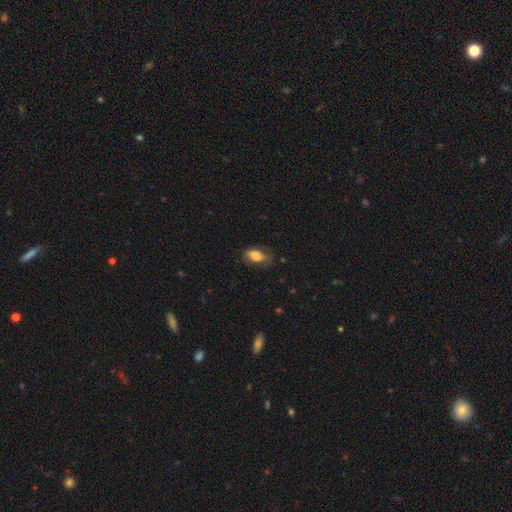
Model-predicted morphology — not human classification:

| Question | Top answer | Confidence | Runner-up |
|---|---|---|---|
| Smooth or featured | smooth | 77% | featured or disk (16%) |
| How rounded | in between | 89% | round (7%) |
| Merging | none | 59% | minor disturbance (28%) |